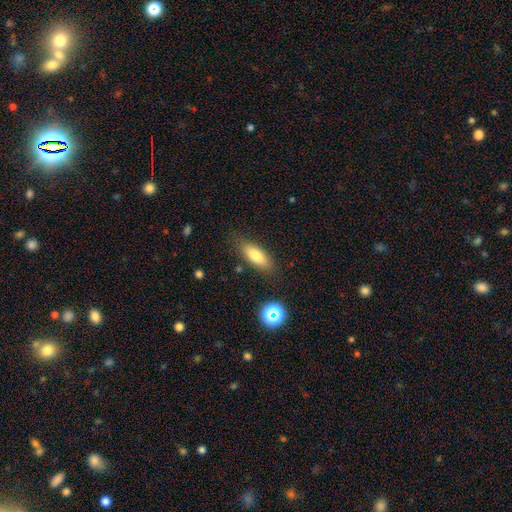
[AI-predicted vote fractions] Morphology: type=smooth (78%); roundness=in between (72%); merging=none (81%).